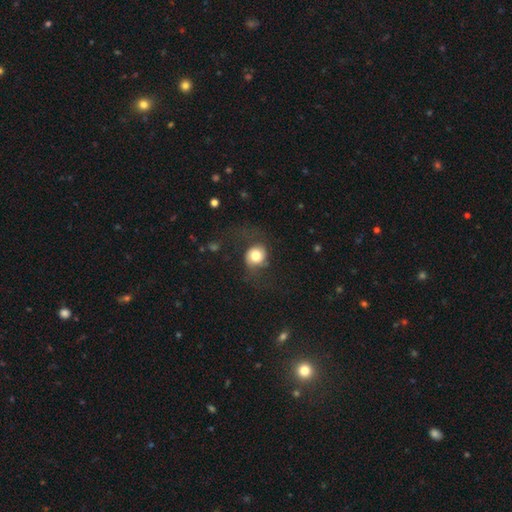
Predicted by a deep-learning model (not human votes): Morphology: type=smooth (68%); roundness=round (78%); merging=none (53%).